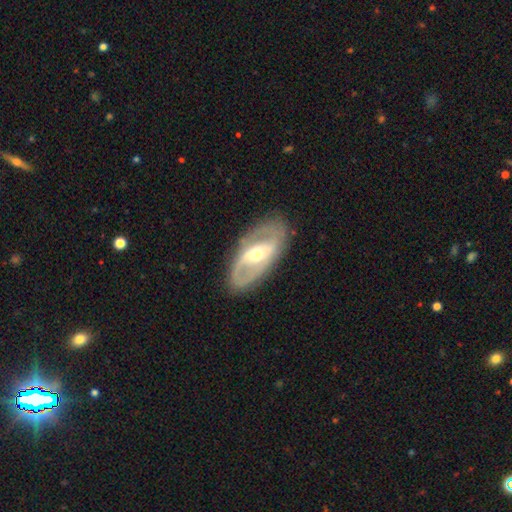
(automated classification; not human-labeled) smooth-or-featured: featured or disk: 80% | smooth: 15% | star or artifact: 5%
  disk-edge-on: no: 92% | yes: 8%
    bar: strong: 44% | weak: 34% | no: 22%
    has-spiral-arms: yes: 74% | no: 26%
      spiral-winding: medium: 42% | tight: 34% | loose: 25%
      spiral-arm-count: 2: 78% | can't tell: 13% | 1: 5% | 3: 2% | 4: 1% | more than 4: 1%
    bulge-size: moderate: 61% | small: 33% | large: 4% | dominant: 1% | none: 1%
  merging: none: 82% | minor disturbance: 12% | major disturbance: 4% | merger: 1%